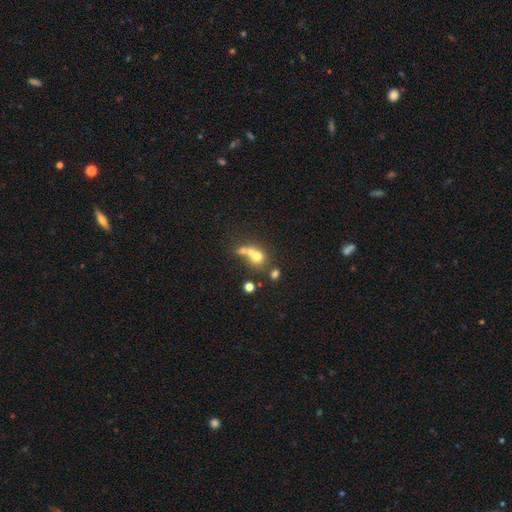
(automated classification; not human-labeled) Q: Smooth or featured?
A: smooth (61%); runner-up: featured or disk (21%)
Q: How rounded?
A: round (75%); runner-up: in between (23%)
Q: Merging?
A: merger (54%); runner-up: none (32%)